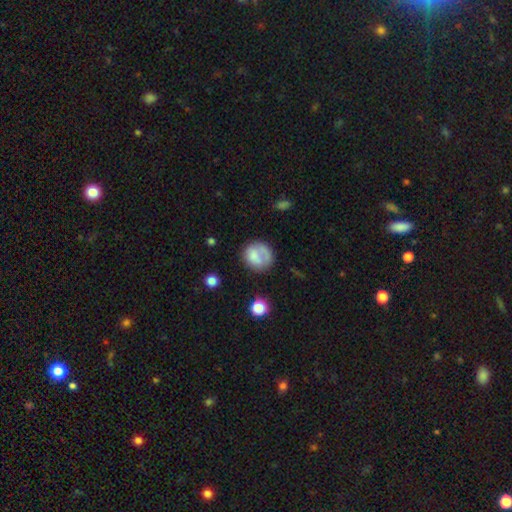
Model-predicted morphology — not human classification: type=smooth (68%); roundness=round (79%); merging=none (55%).